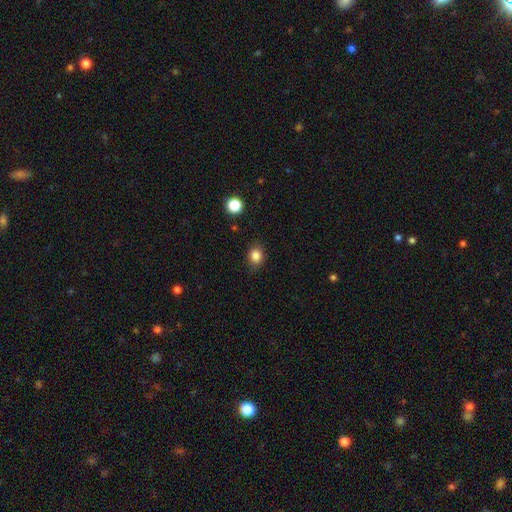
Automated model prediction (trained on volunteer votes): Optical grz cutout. It shows a smooth galaxy with no disk features (84%) that is round (59%). Merging: none (83%).